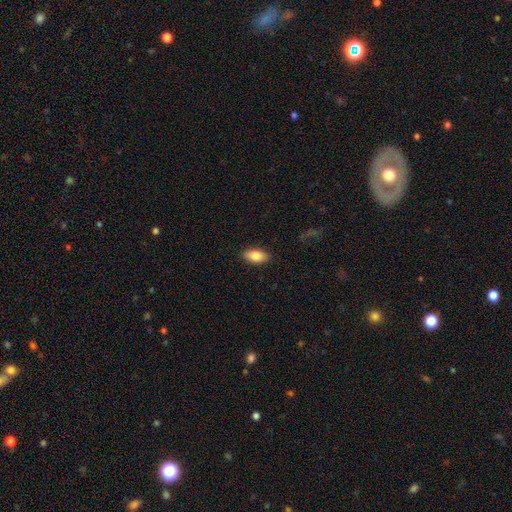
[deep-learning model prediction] smooth_or_featured: smooth (p=0.83) [alt: featured or disk p=0.10]
how_rounded: in between (p=0.90) [alt: cigar-shaped p=0.07]
merging: none (p=0.89) [alt: minor disturbance p=0.08]